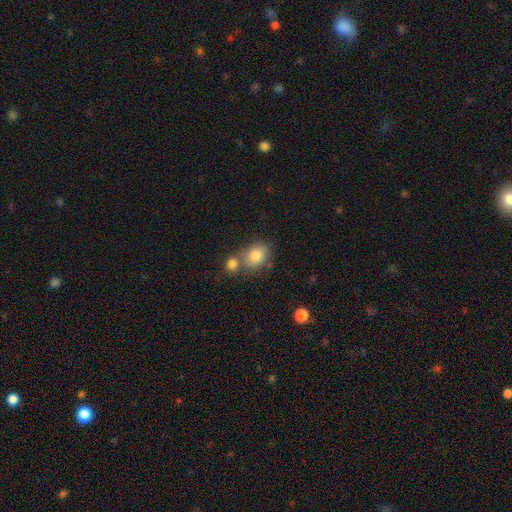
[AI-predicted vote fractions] smooth_or_featured: smooth (p=0.82) [alt: featured or disk p=0.10]
how_rounded: in between (p=0.66) [alt: round p=0.33]
merging: none (p=0.48) [alt: merger p=0.35]